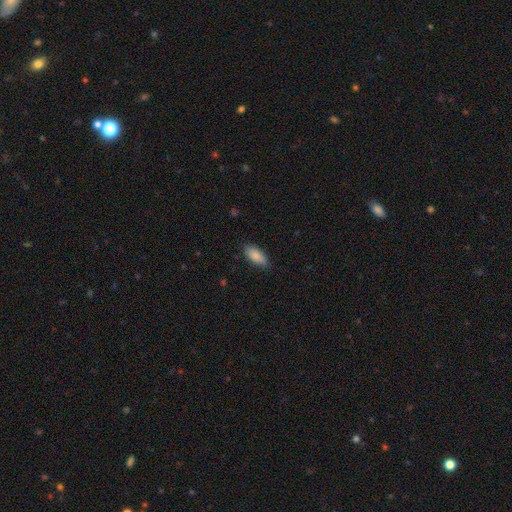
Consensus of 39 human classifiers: A smooth galaxy with no disk features (92%) that is in between round and cigar-shaped (89%).

Vote fractions:
- Smooth or featured? smooth: 92% / featured or disk: 5% / star or artifact: 3%
- How rounded? in between: 89% / cigar-shaped: 11% / round: 0%
- Merging? none: 82% / minor disturbance: 13% / major disturbance: 5% / merger: 0%